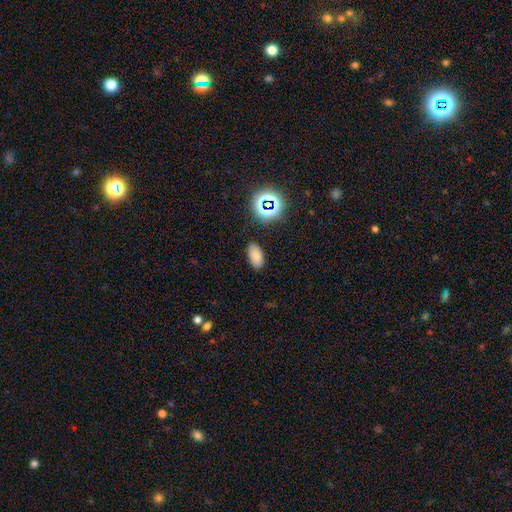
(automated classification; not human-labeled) Smooth or featured? Predicted: smooth (p=0.77). How rounded? Predicted: in between (p=0.92). Merging? Predicted: none (p=0.86).